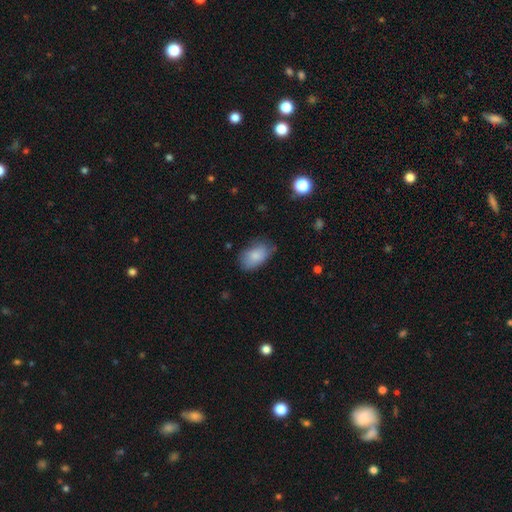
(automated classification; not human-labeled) Smooth or featured? Predicted: smooth (p=0.84). How rounded? Predicted: in between (p=0.91). Merging? Predicted: none (p=0.63).